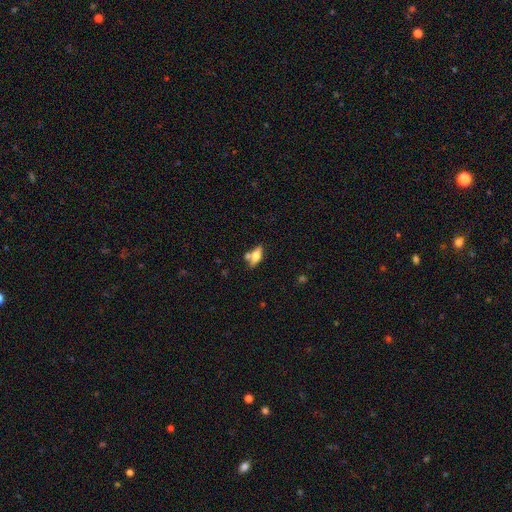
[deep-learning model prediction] Overall: smooth (55%; featured or disk 38%). How rounded: in between (71%). Merging: none (58%; merger 21%).